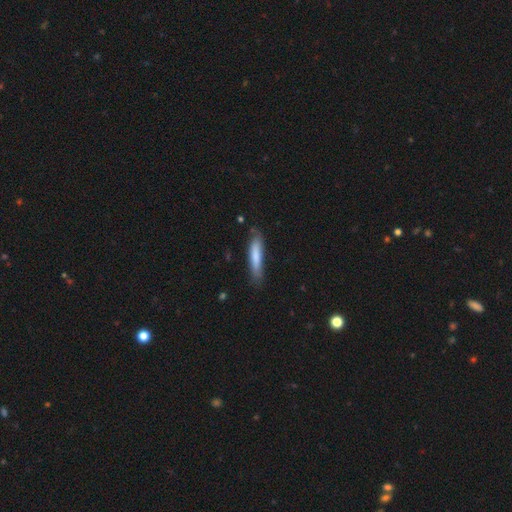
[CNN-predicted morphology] smooth-or-featured: smooth: 76% | featured or disk: 19% | star or artifact: 5%
  how-rounded: cigar-shaped: 84% | in between: 15% | round: 1%
  merging: none: 74% | minor disturbance: 20% | major disturbance: 4% | merger: 2%